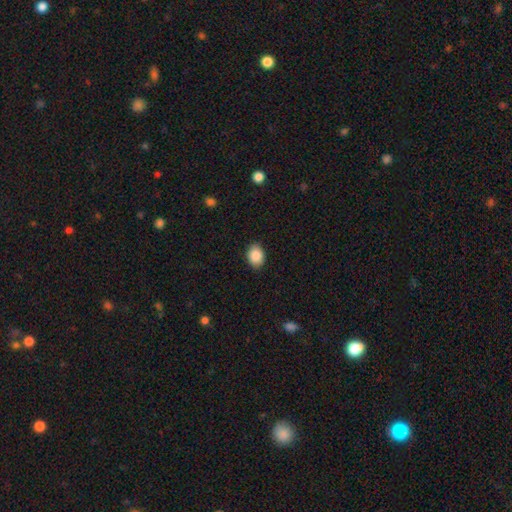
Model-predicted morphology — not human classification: Overall: smooth (89%). How rounded: in between (69%; round 30%). Merging: none (88%).